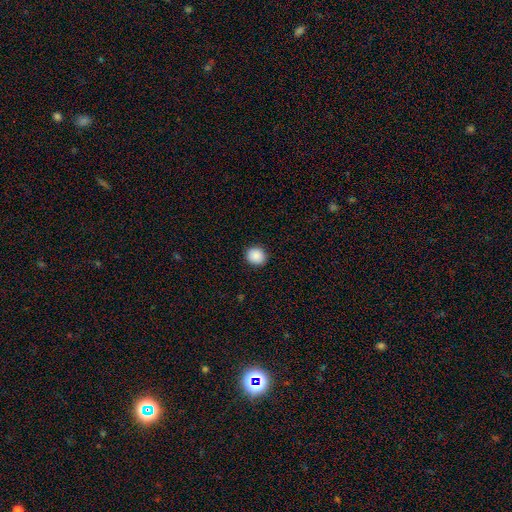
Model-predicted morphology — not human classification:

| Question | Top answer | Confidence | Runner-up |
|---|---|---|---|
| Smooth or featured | smooth | 90% | star or artifact (8%) |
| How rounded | round | 82% | in between (17%) |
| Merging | none | 91% | minor disturbance (6%) |